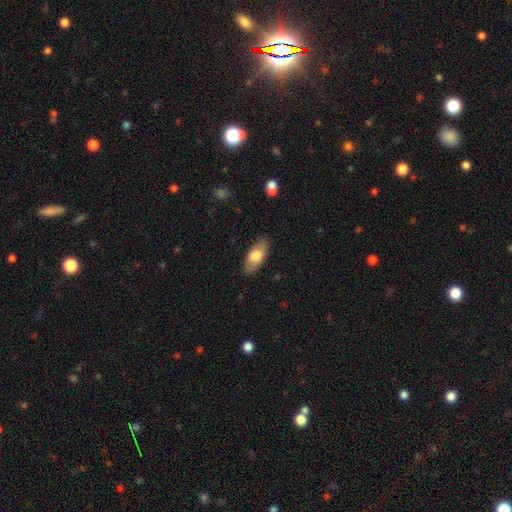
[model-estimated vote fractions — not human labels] The model was most divided on "smooth or featured": smooth: 73%, featured or disk: 21%, star or artifact: 6%. More confident: how rounded — in between (85%); merging — none (83%).